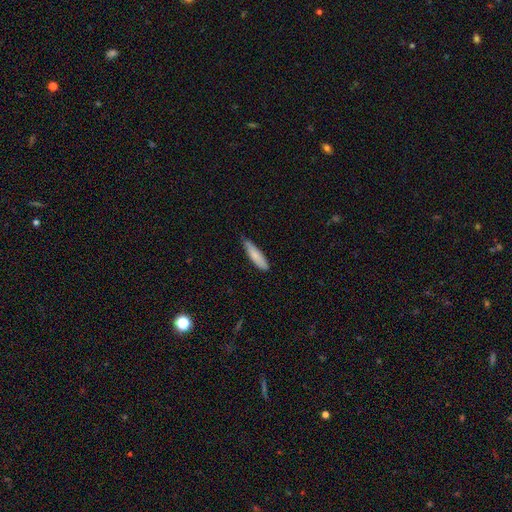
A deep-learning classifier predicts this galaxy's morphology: smooth 79%, featured or disk 15%, star or artifact 6%. Down the decision tree: how rounded — cigar-shaped (74%); merging — none (70%).